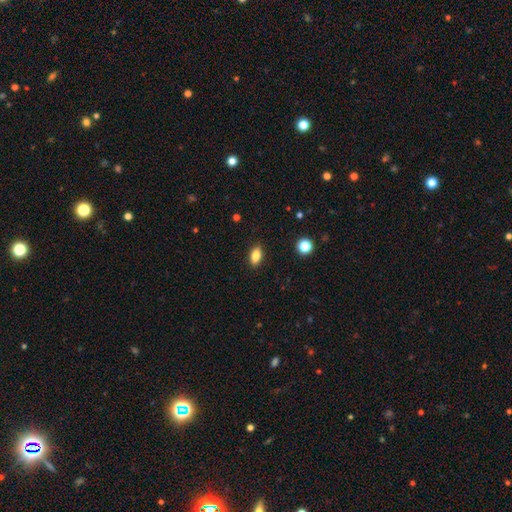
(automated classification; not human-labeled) Smooth or featured: smooth — 85% (star or artifact — 9%)
How rounded: in between — 88% (round — 7%)
Merging: none — 89% (minor disturbance — 8%)